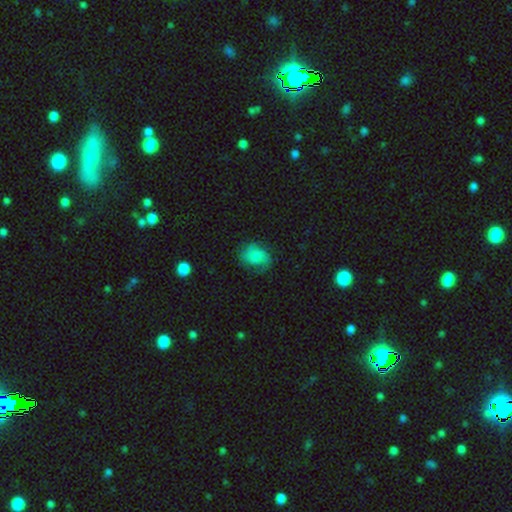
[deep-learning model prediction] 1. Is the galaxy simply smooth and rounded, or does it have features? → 50% smooth, 40% featured or disk, 9% star or artifact.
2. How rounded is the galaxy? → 54% round, 45% in between, 1% cigar-shaped.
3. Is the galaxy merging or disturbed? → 58% none, 25% minor disturbance, 16% major disturbance, 1% merger.